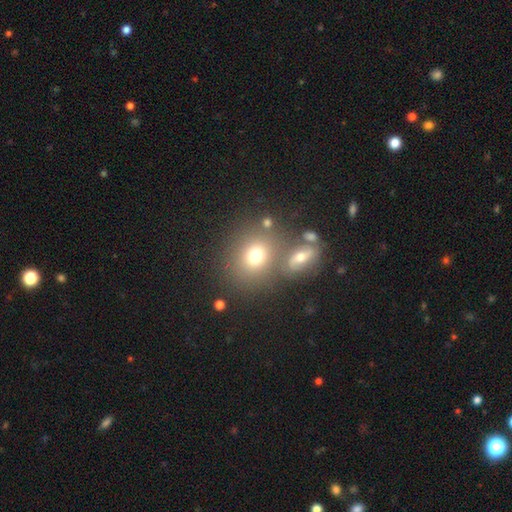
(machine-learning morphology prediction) Smooth or featured? Predicted: smooth (p=0.73). How rounded? Predicted: round (p=0.65). Merging? Predicted: none (p=0.63).